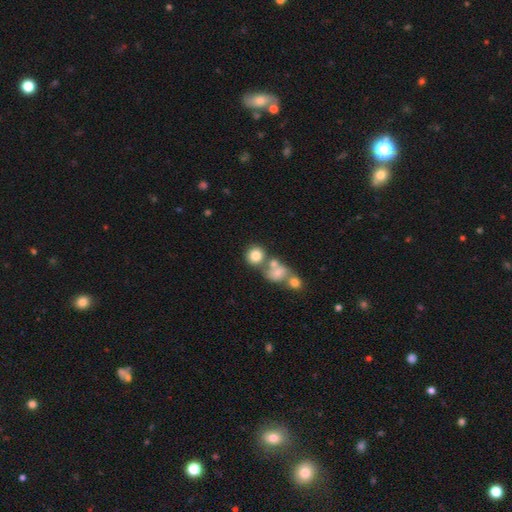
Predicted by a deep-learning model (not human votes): smooth 79%, star or artifact 11%, featured or disk 11%. Down the decision tree: how rounded — round (82%); merging — none (54%).